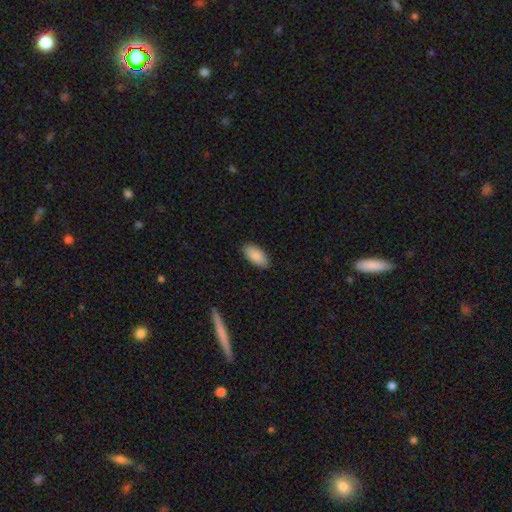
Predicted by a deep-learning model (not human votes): Q: Smooth or featured?
A: smooth (89%); runner-up: star or artifact (6%)
Q: How rounded?
A: in between (93%); runner-up: cigar-shaped (5%)
Q: Merging?
A: none (88%); runner-up: minor disturbance (9%)